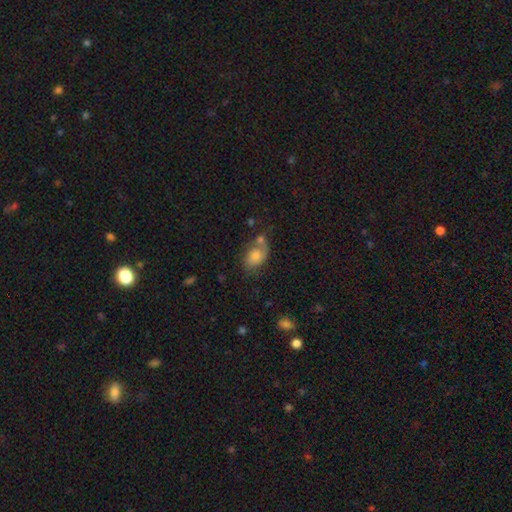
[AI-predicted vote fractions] smooth_or_featured: smooth (p=0.66) [alt: featured or disk p=0.24]
how_rounded: in between (p=0.80) [alt: round p=0.19]
merging: none (p=0.44) [alt: merger p=0.24]